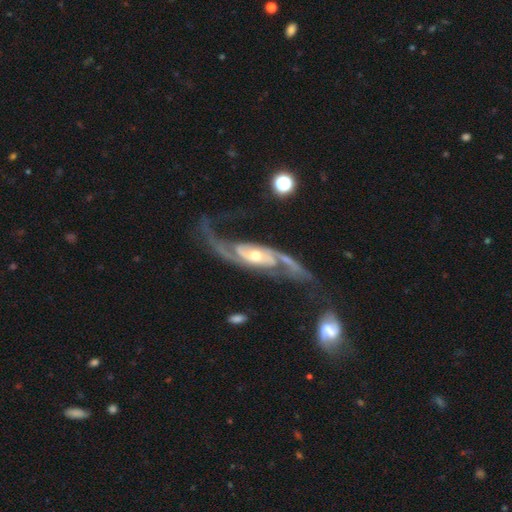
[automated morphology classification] A featured or disk galaxy (92%) with no bar (50%), 2 (92%) loose (43%) spiral arms (98%) and a moderate central bulge (59%). Merging: none (58%).